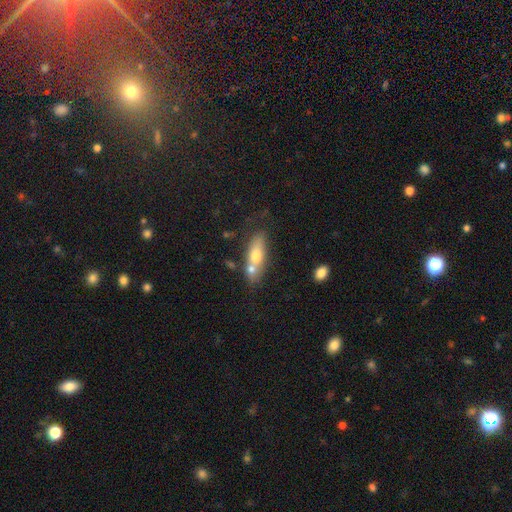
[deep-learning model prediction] This appears to be a smooth galaxy with no disk features (66%) that is in between round and cigar-shaped (62%). Merging: merger (42%).